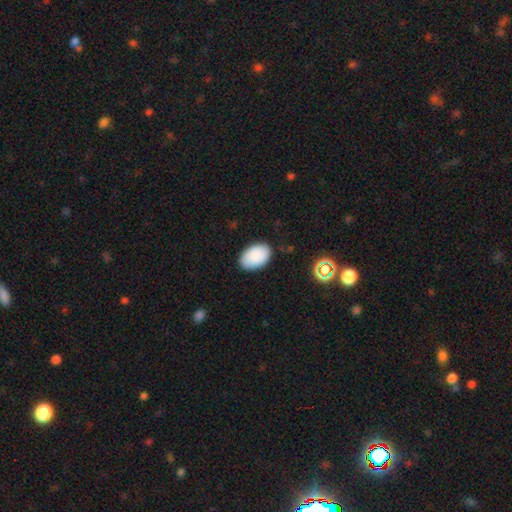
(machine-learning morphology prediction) This is clearly a smooth galaxy (89%). How rounded: clearly in between (91%). Merging: clearly none (86%).